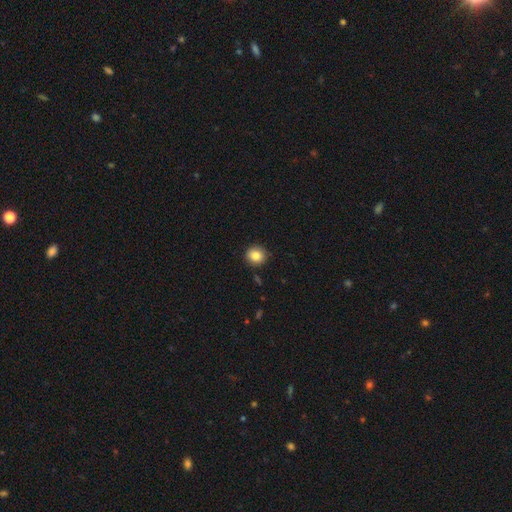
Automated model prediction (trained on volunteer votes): Overall: smooth (84%). How rounded: round (89%). Merging: none (90%).